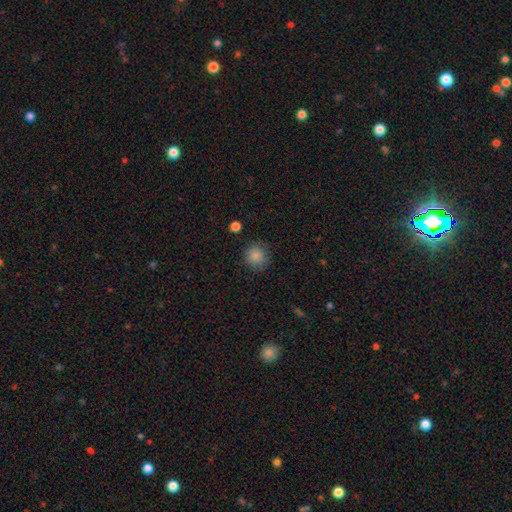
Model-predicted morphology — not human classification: Q: Smooth or featured?
A: smooth (86%); runner-up: star or artifact (10%)
Q: How rounded?
A: round (91%); runner-up: in between (8%)
Q: Merging?
A: none (83%); runner-up: minor disturbance (12%)